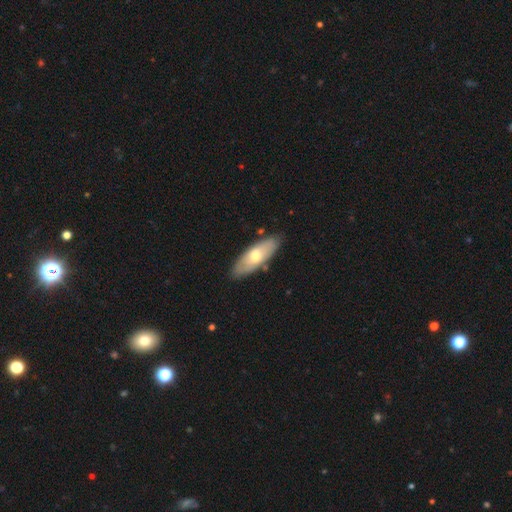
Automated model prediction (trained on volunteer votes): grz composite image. It shows a smooth galaxy with no disk features (57%) that is in between round and cigar-shaped (67%). Merging: none (83%).